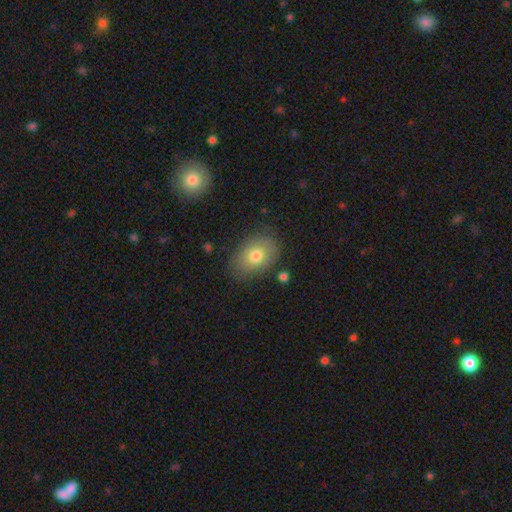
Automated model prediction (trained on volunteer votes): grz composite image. It shows a smooth galaxy with no disk features (74%) that is in between round and cigar-shaped (75%). Merging: none (78%).